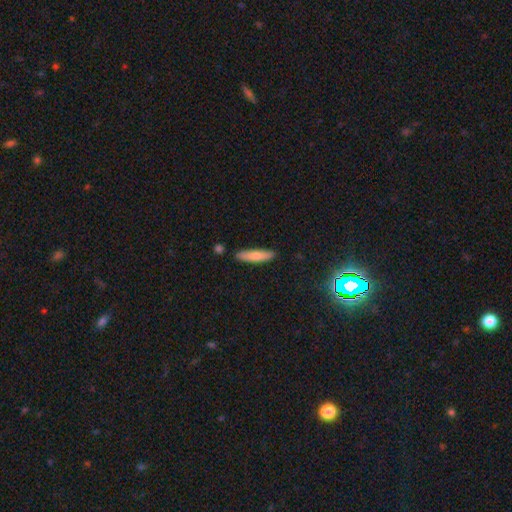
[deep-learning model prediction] Smooth or featured? smooth (76%)
How rounded? cigar-shaped (84%)
Merging? none (86%)